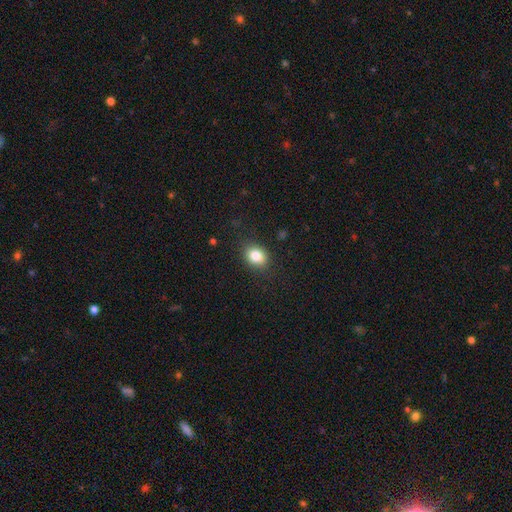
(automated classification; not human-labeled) A smooth galaxy with no disk features (84%) that is in between round and cigar-shaped (57%).

Vote fractions:
- Smooth or featured? smooth: 84% / star or artifact: 10% / featured or disk: 7%
- How rounded? in between: 57% / round: 42% / cigar-shaped: 1%
- Merging? none: 84% / minor disturbance: 11% / major disturbance: 3% / merger: 1%